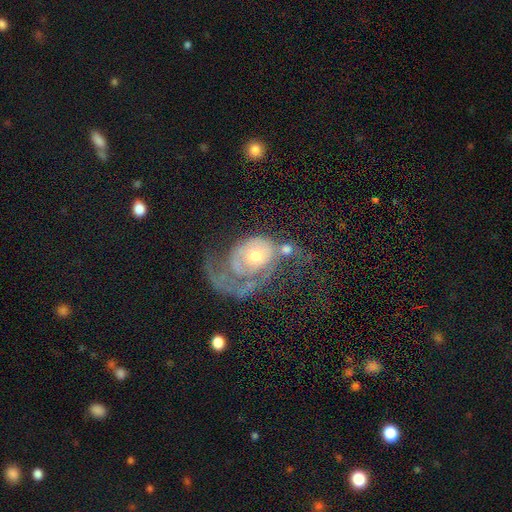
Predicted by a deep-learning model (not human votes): Smooth or featured? featured or disk (72%)
Edge-on disk? no (97%)
Bar? no (83%)
Spiral arms? yes (71%)
Bulge size? moderate (68%)
Merging? major disturbance (50%)